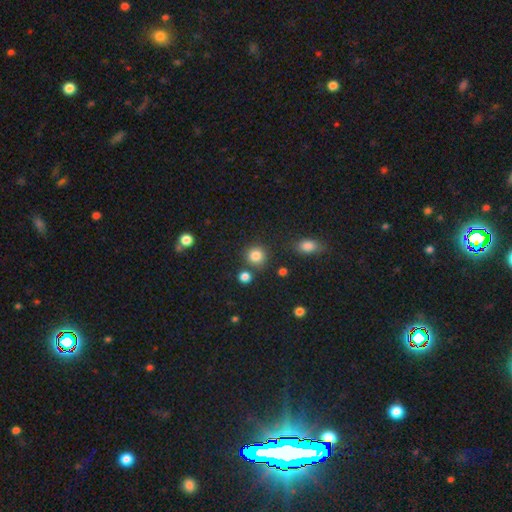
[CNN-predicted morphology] This appears to be a smooth galaxy with no disk features (84%) that is round (89%). Merging: none (80%).